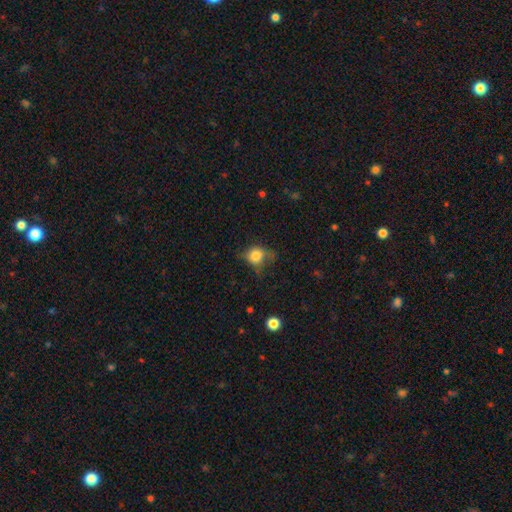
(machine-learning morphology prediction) This is likely a smooth galaxy (77%). How rounded: likely round (64%). Merging: marginally none (44%).